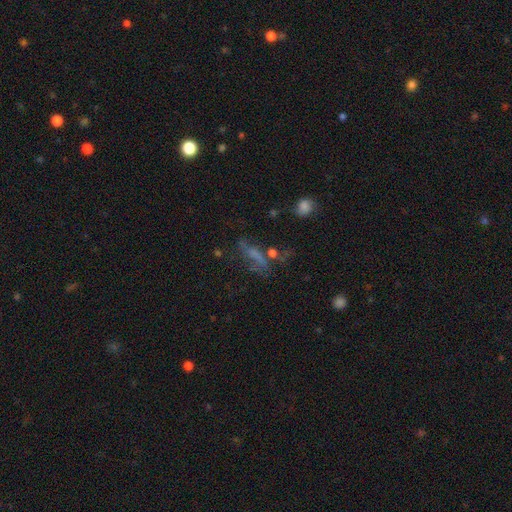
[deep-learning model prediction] Morphology: type=smooth (39%); merging=none (46%).